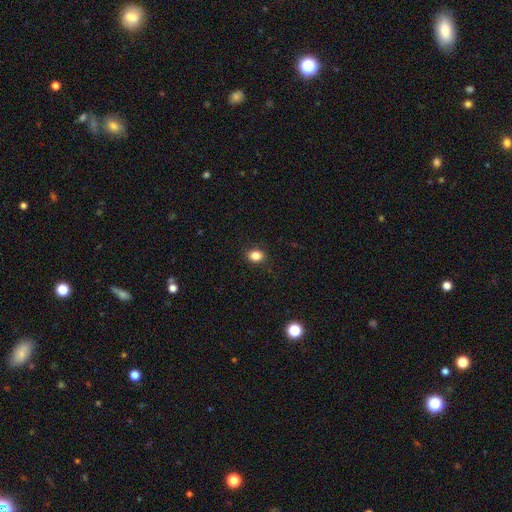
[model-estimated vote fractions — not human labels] smooth_or_featured: smooth (p=0.84) [alt: star or artifact p=0.11]
how_rounded: in between (p=0.64) [alt: round p=0.35]
merging: none (p=0.89) [alt: minor disturbance p=0.08]